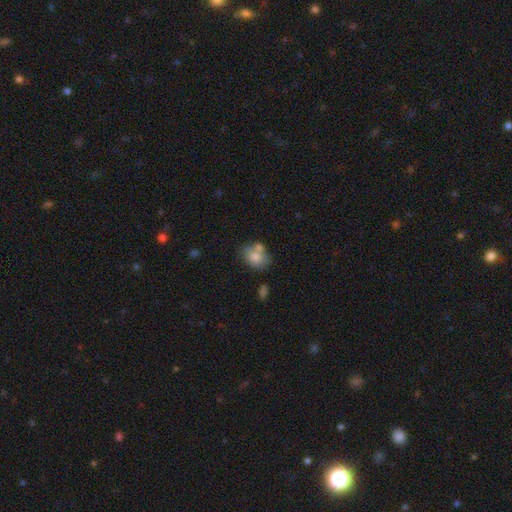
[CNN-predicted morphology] Smooth or featured?
  - smooth: 78% *
  - featured or disk: 13%
  - star or artifact: 8%
How rounded?
  - in between: 60% *
  - round: 39%
  - cigar-shaped: 1%
Merging?
  - none: 54% *
  - merger: 24%
  - minor disturbance: 18%
  - major disturbance: 5%